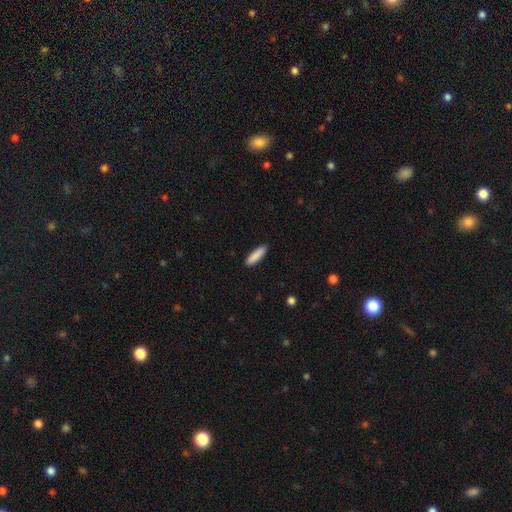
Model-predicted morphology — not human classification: A smooth galaxy with no disk features (89%) that is cigar-shaped (63%).

Vote fractions:
- Smooth or featured? smooth: 89% / star or artifact: 6% / featured or disk: 5%
- How rounded? cigar-shaped: 63% / in between: 35% / round: 1%
- Merging? none: 90% / minor disturbance: 7% / major disturbance: 2% / merger: 1%